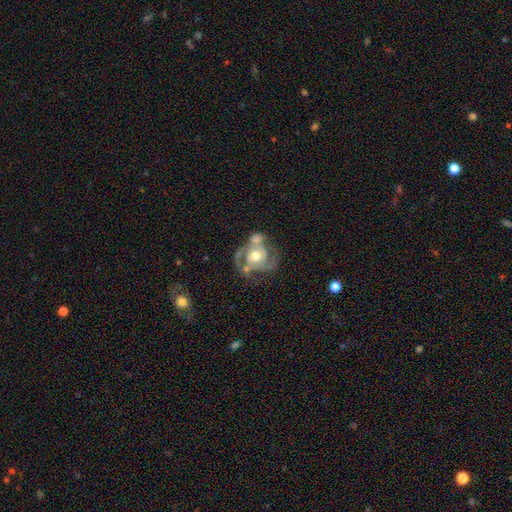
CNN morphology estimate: featured or disk 77%, smooth 17%, star or artifact 6%. Down the decision tree: edge-on disk — no (98%); bar — no (76%); spiral arms — yes (82%); spiral arm count — 2 (58%); spiral winding — medium (44%); bulge size — moderate (73%); merging — none (35%).